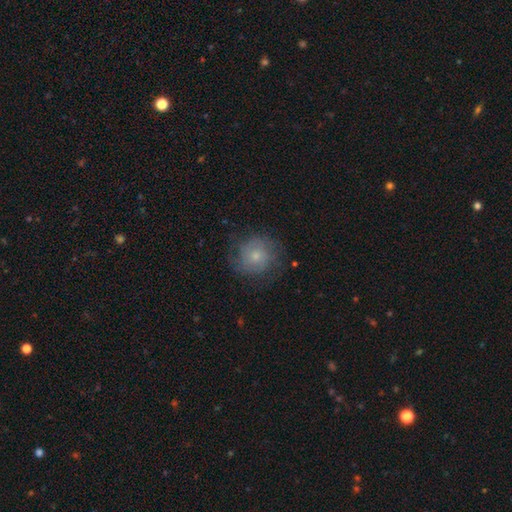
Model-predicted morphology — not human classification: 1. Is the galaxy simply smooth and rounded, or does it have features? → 49% smooth, 42% featured or disk, 8% star or artifact.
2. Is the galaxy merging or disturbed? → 70% none, 19% minor disturbance, 10% major disturbance, 1% merger.